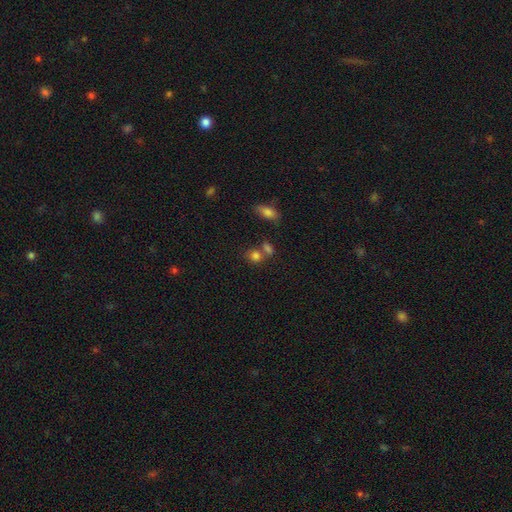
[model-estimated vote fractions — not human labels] Smooth or featured: smooth — 80% (star or artifact — 12%)
How rounded: round — 67% (in between — 31%)
Merging: none — 49% (merger — 36%)